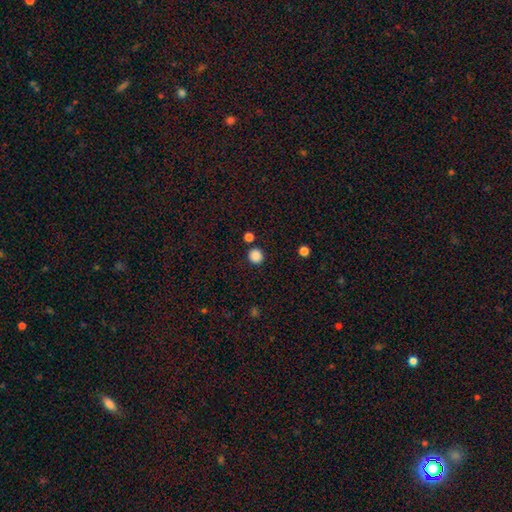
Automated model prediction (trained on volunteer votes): A smooth galaxy with no disk features (86%) that is round (90%). Merging: none (87%).